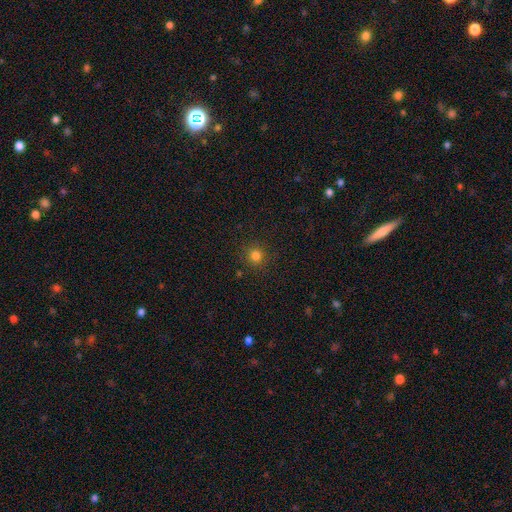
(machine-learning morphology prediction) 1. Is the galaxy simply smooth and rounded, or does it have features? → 80% smooth, 15% star or artifact, 5% featured or disk.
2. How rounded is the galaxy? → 93% round, 6% in between, 1% cigar-shaped.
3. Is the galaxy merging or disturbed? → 89% none, 7% minor disturbance, 2% major disturbance, 2% merger.